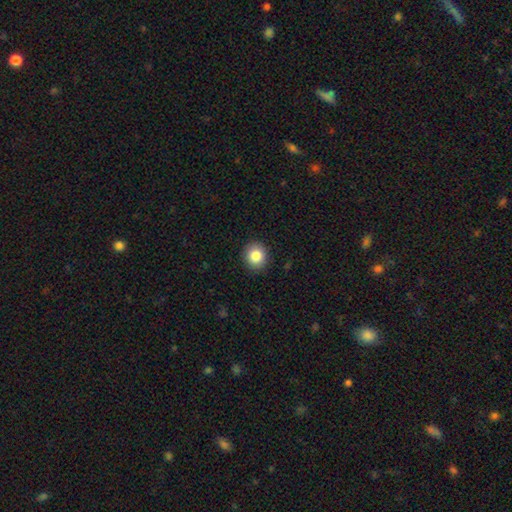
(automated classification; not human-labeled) Smooth or featured: smooth — 85% (star or artifact — 9%)
How rounded: round — 83% (in between — 16%)
Merging: none — 91% (minor disturbance — 6%)